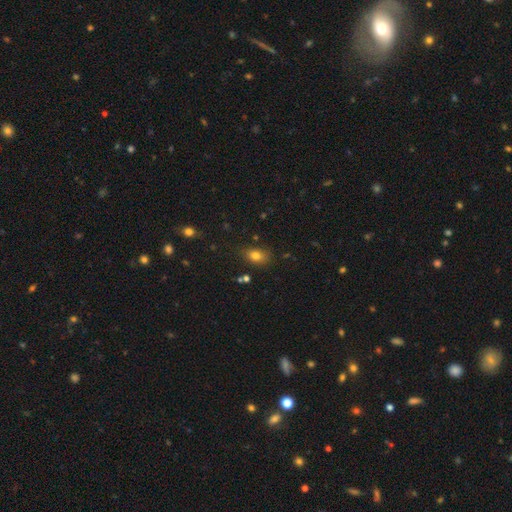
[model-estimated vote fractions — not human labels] A smooth galaxy with no disk features (78%) that is in between round and cigar-shaped (79%).

Vote fractions:
- Smooth or featured? smooth: 78% / star or artifact: 12% / featured or disk: 10%
- How rounded? in between: 79% / round: 19% / cigar-shaped: 3%
- Merging? none: 77% / minor disturbance: 16% / major disturbance: 4% / merger: 3%